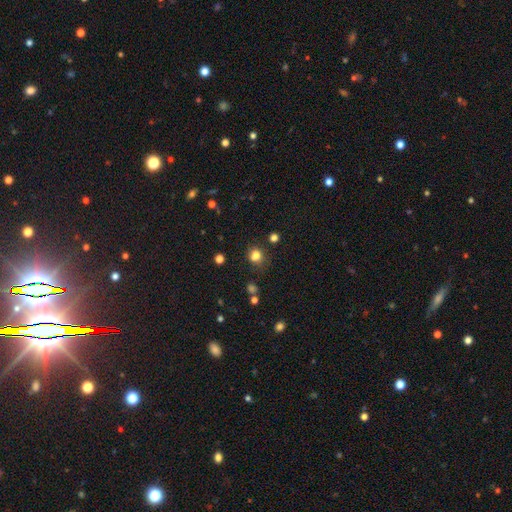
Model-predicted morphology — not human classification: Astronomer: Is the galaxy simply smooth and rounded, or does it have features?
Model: smooth — 79%.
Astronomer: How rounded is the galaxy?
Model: round — 78%.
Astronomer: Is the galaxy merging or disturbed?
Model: none — 77%.